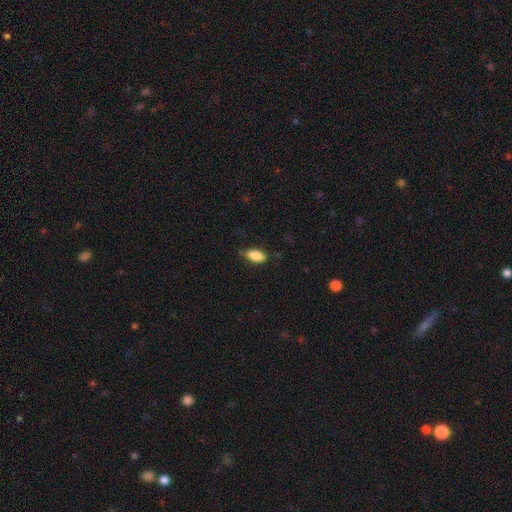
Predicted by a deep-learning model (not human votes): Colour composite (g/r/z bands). It shows a smooth galaxy with no disk features (86%) that is in between round and cigar-shaped (89%). Merging: none (69%).